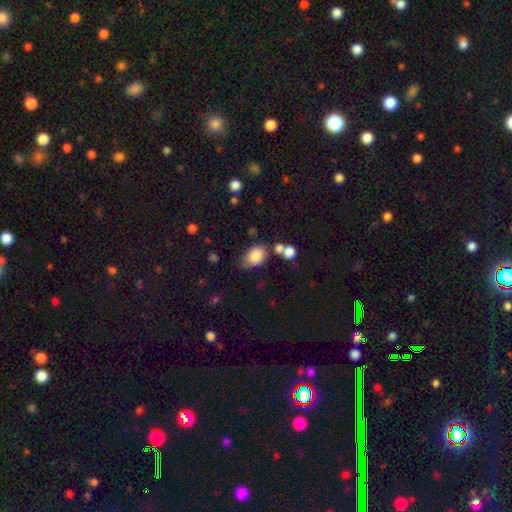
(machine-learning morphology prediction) This is clearly a smooth galaxy (85%). How rounded: likely in between (76%). Merging: likely none (61%).